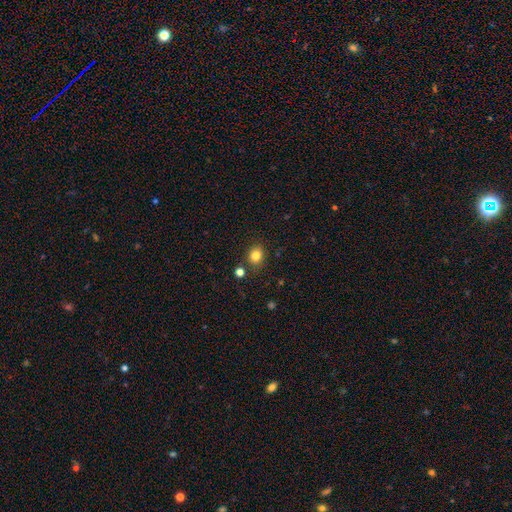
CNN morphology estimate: A smooth galaxy with no disk features (82%) that is round (67%).

Vote fractions:
- Smooth or featured? smooth: 82% / star or artifact: 12% / featured or disk: 6%
- How rounded? round: 67% / in between: 33% / cigar-shaped: 1%
- Merging? none: 82% / minor disturbance: 10% / merger: 5% / major disturbance: 3%